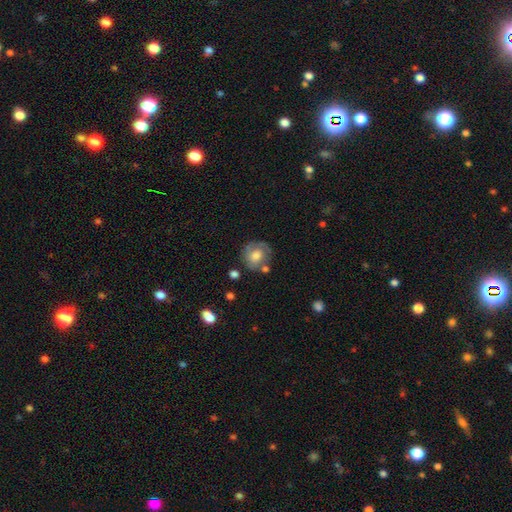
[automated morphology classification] A smooth galaxy with no disk features (48%).

Vote fractions:
- Smooth or featured? smooth: 48% / featured or disk: 44% / star or artifact: 8%
- Merging? none: 64% / minor disturbance: 20% / major disturbance: 8% / merger: 8%